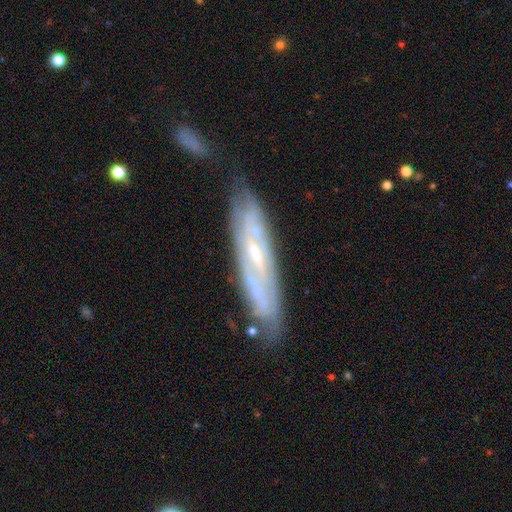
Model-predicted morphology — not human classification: A featured or disk galaxy (74%). Merging: none (71%).